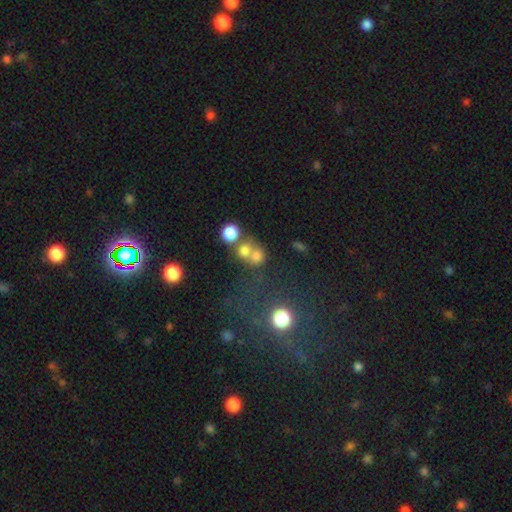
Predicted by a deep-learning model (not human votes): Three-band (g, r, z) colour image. It shows a smooth galaxy with no disk features (68%) that is round (78%). Merging: merger (50%).